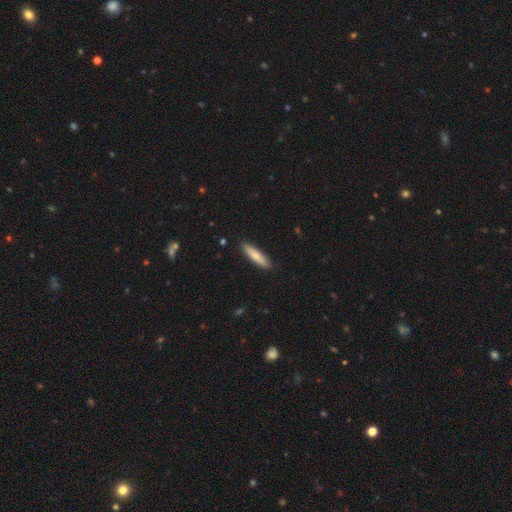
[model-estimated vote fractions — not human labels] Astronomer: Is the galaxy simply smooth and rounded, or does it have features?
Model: smooth — 76%.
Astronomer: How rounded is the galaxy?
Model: cigar-shaped — 81%.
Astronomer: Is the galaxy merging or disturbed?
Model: none — 89%.